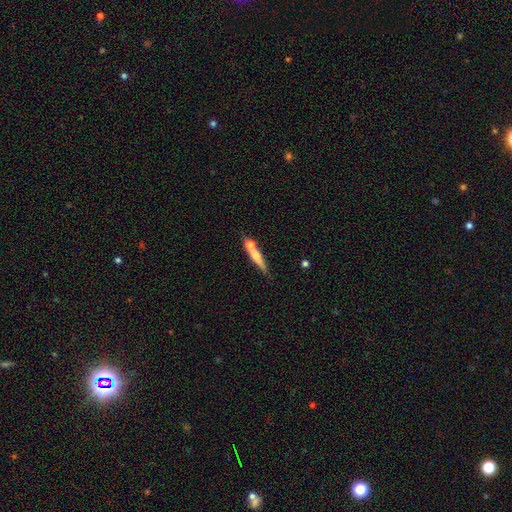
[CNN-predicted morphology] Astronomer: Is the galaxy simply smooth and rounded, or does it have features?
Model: smooth — 56% (runner-up: featured or disk, 37%).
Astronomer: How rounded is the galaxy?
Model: cigar-shaped — 82%.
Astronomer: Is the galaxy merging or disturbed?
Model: none — 54%.